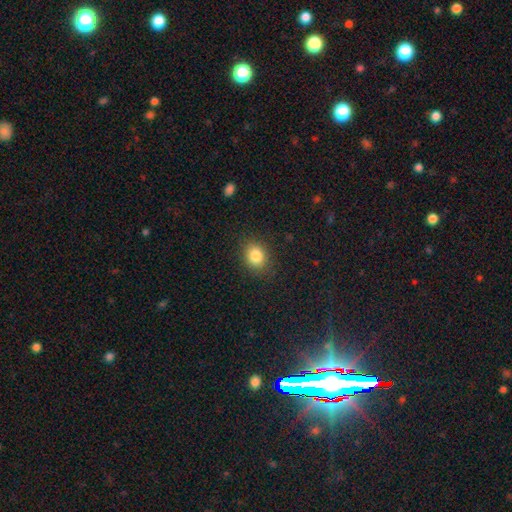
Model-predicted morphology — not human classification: smooth_or_featured: smooth (p=0.84) [alt: star or artifact p=0.10]
how_rounded: round (p=0.51) [alt: in between p=0.48]
merging: none (p=0.86) [alt: minor disturbance p=0.10]